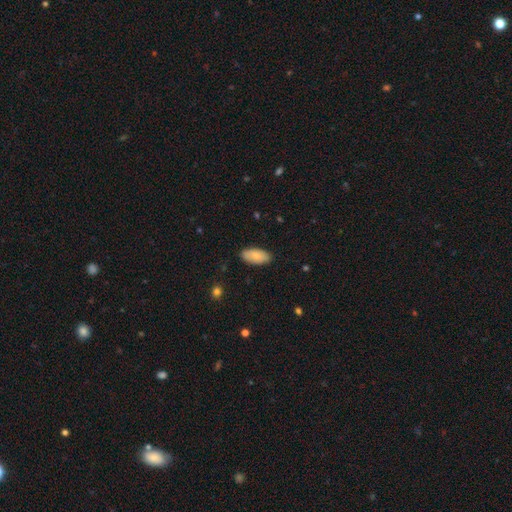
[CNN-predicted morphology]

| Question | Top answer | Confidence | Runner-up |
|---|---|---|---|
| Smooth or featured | smooth | 81% | featured or disk (12%) |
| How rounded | in between | 92% | cigar-shaped (5%) |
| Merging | none | 86% | minor disturbance (11%) |